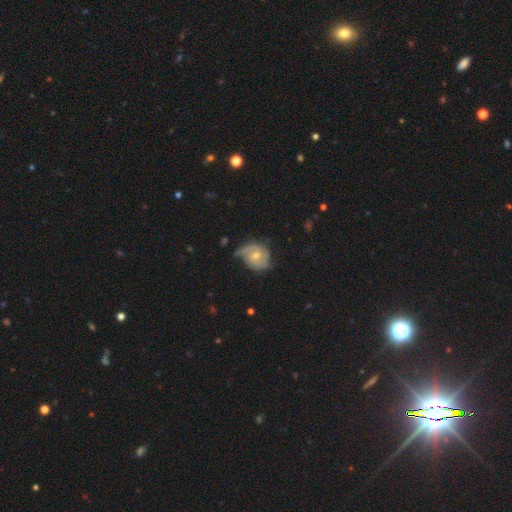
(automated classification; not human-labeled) Morphology: type=featured or disk (78%); edge-on=no (97%); bar=no (68%); spiral arms=yes (93%); winding=medium (42%); arm count=2 (63%); bulge=moderate (57%); merging=none (52%).